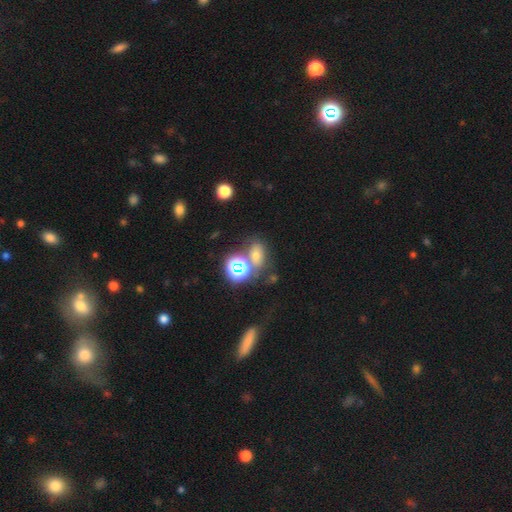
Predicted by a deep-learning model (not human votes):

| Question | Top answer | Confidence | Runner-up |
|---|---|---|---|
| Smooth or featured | smooth | 57% | star or artifact (31%) |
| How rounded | in between | 65% | round (33%) |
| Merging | none | 60% | merger (20%) |